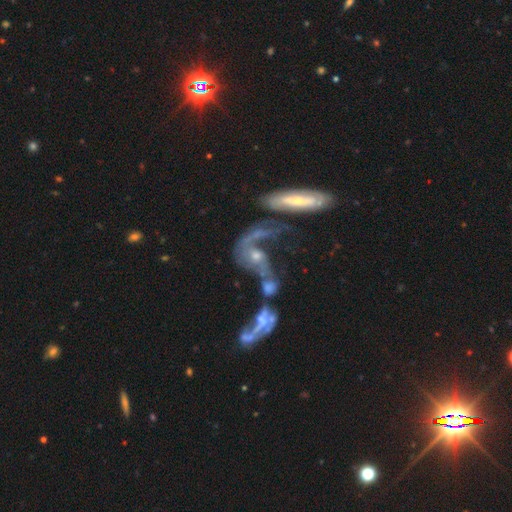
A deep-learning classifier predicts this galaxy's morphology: featured or disk 62%, smooth 19%, star or artifact 18%. Down the decision tree: edge-on disk — no (72%); merging — merger (50%).